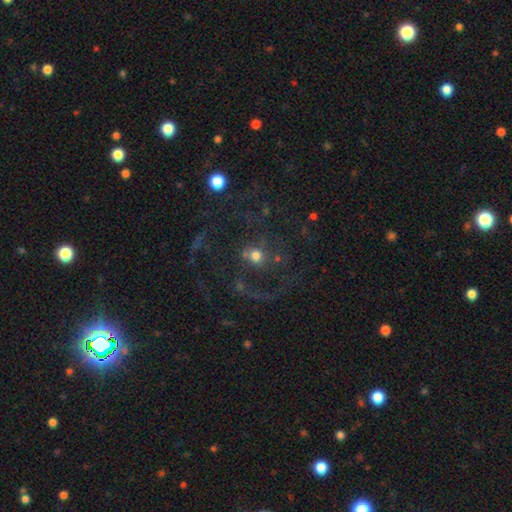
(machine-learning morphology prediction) Q: Smooth or featured?
A: featured or disk (42%); runner-up: smooth (31%)
Q: Merging?
A: none (53%); runner-up: major disturbance (23%)